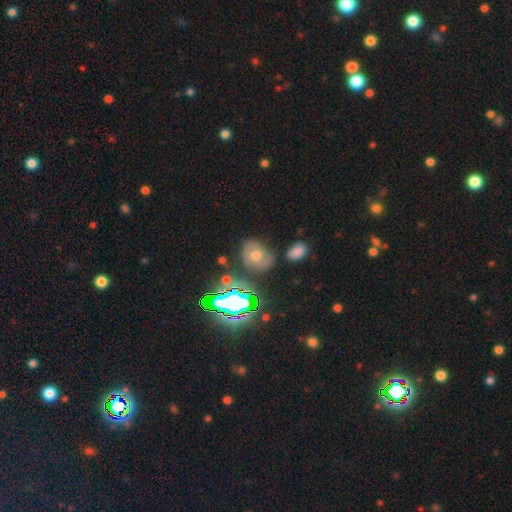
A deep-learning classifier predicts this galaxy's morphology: The model was most divided on "smooth or featured": smooth: 37%, featured or disk: 36%, star or artifact: 26%. More confident: merging — none (63%).